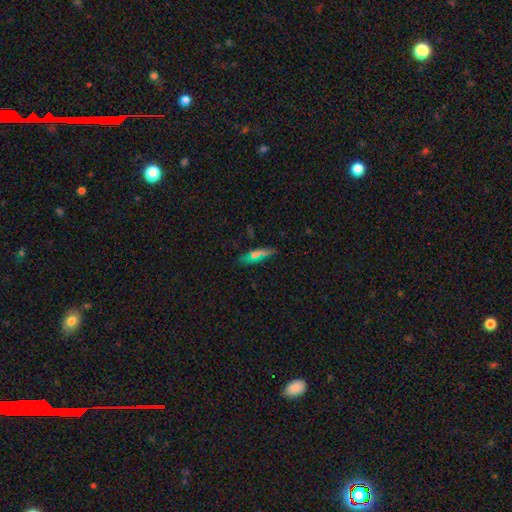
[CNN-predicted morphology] Smooth or featured? Predicted: smooth (p=0.60). How rounded? Predicted: in between (p=0.53). Merging? Predicted: none (p=0.84).